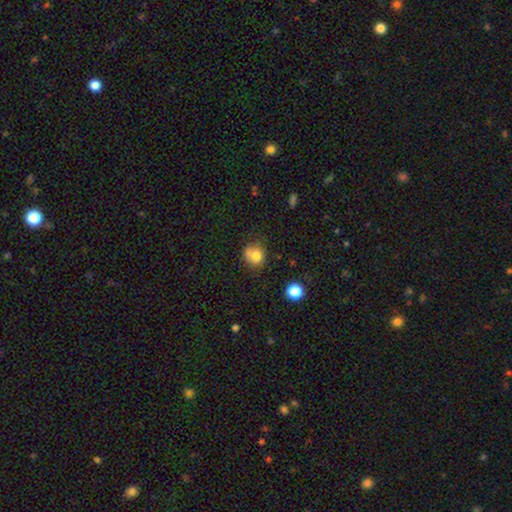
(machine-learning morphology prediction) Smooth or featured: smooth — 77% (star or artifact — 12%)
How rounded: round — 78% (in between — 21%)
Merging: none — 52% (minor disturbance — 22%)